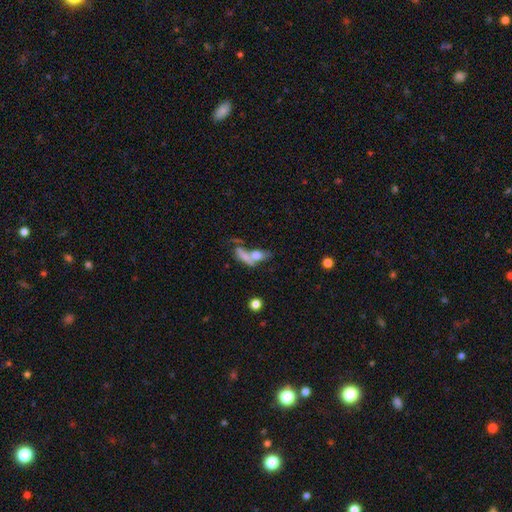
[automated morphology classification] The model was most divided on "merging": merger: 49%, none: 29%, major disturbance: 11%, minor disturbance: 11%. More confident: smooth or featured — smooth (62%); how rounded — in between (58%).